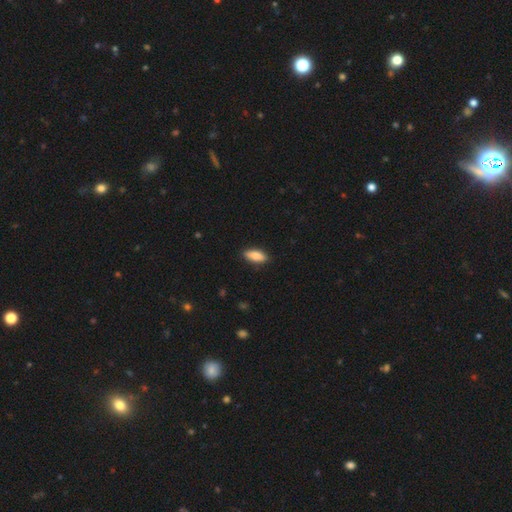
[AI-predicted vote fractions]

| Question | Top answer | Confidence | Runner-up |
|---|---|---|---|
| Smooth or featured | smooth | 86% | featured or disk (8%) |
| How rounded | in between | 79% | cigar-shaped (19%) |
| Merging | none | 87% | minor disturbance (10%) |